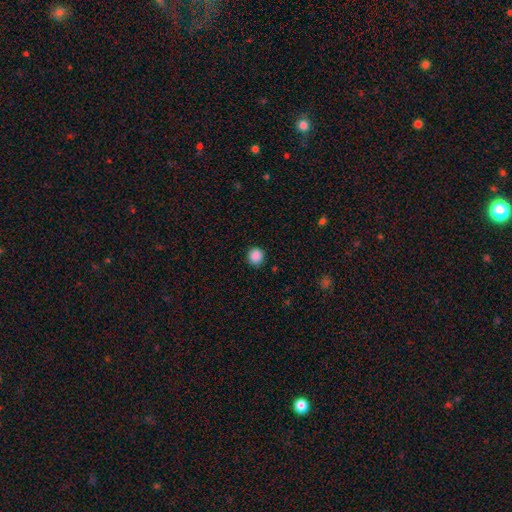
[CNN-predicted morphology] smooth 88%, star or artifact 10%, featured or disk 2%. Down the decision tree: how rounded — round (89%); merging — none (88%).